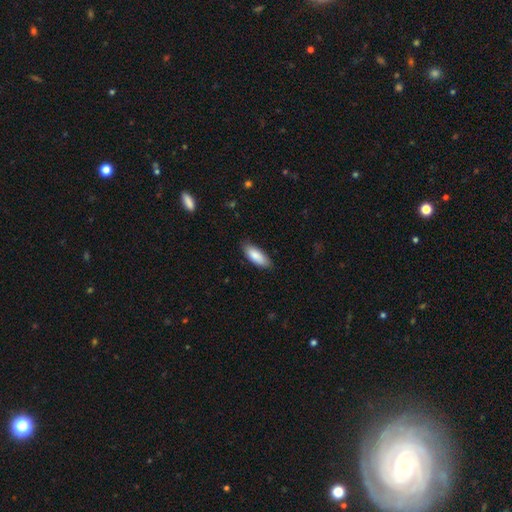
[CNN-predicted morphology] Smooth or featured? smooth (86%)
How rounded? in between (75%)
Merging? none (81%)